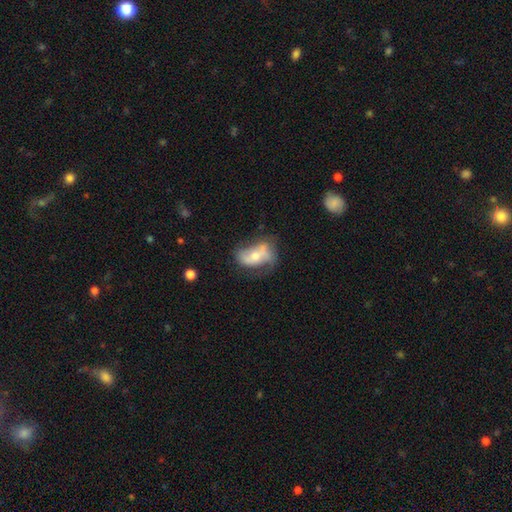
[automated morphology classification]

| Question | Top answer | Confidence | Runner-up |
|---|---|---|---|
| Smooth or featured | featured or disk | 54% | smooth (39%) |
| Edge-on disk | no | 93% | yes (7%) |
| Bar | no | 57% | weak (27%) |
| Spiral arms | yes | 63% | no (37%) |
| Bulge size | moderate | 58% | small (33%) |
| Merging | none | 44% | minor disturbance (30%) |